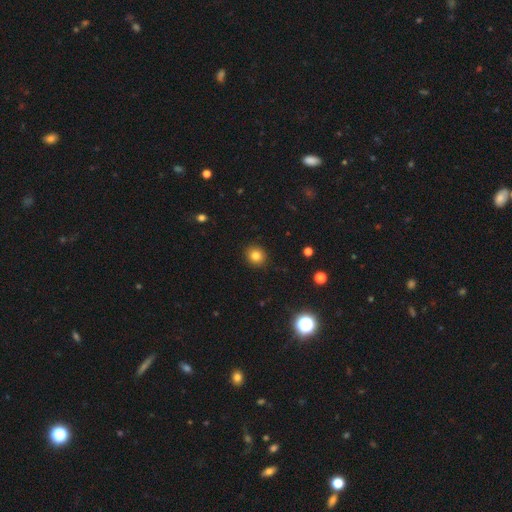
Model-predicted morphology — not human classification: Q: Smooth or featured?
A: smooth (82%); runner-up: star or artifact (12%)
Q: How rounded?
A: round (82%); runner-up: in between (17%)
Q: Merging?
A: none (91%); runner-up: minor disturbance (7%)